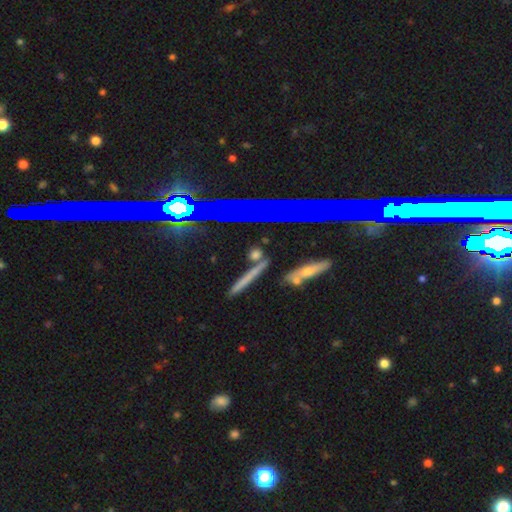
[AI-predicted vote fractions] Q: Smooth or featured?
A: smooth (39%); runner-up: featured or disk (36%)
Q: Merging?
A: none (83%); runner-up: minor disturbance (10%)